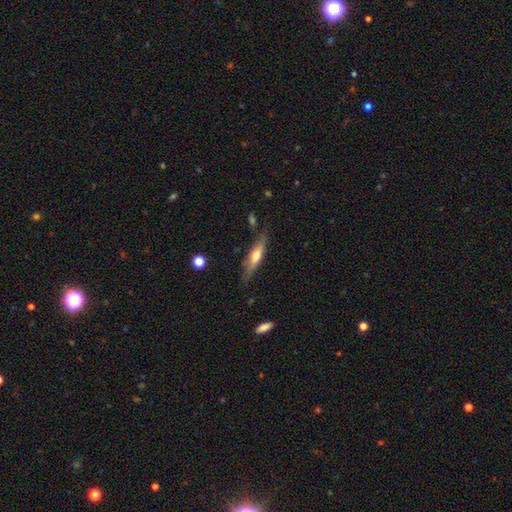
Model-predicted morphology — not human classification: The model was most divided on "smooth or featured": featured or disk: 51%, smooth: 43%, star or artifact: 6%. More confident: edge-on disk — yes (91%); merging — none (80%).